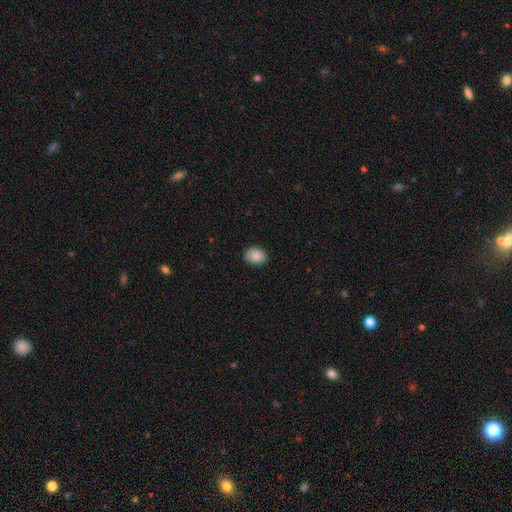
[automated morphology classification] A smooth galaxy with no disk features (88%) that is in between round and cigar-shaped (53%).

Vote fractions:
- Smooth or featured? smooth: 88% / star or artifact: 8% / featured or disk: 4%
- How rounded? in between: 53% / round: 46% / cigar-shaped: 1%
- Merging? none: 88% / minor disturbance: 9% / major disturbance: 2% / merger: 1%